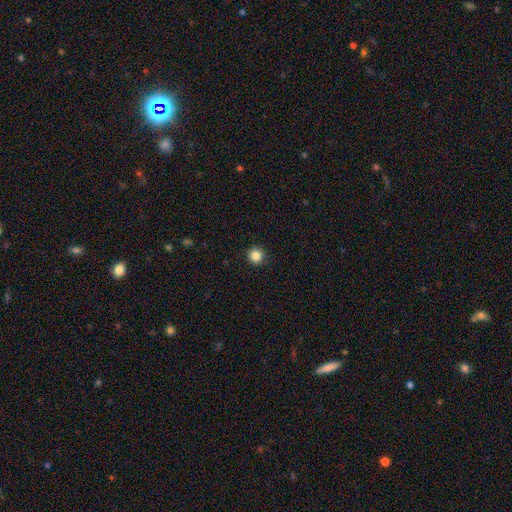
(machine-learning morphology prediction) Smooth or featured: smooth — 85% (star or artifact — 11%)
How rounded: round — 96% (in between — 3%)
Merging: none — 93% (minor disturbance — 5%)